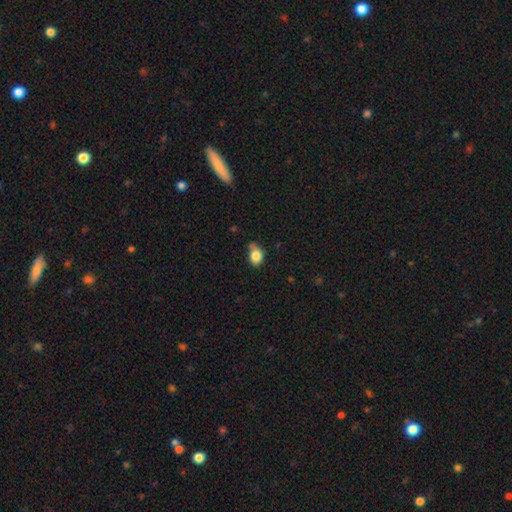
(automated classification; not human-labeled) The model was most divided on "merging": none: 46%, minor disturbance: 41%, major disturbance: 9%, merger: 5%. More confident: smooth or featured — smooth (83%); how rounded — in between (71%).